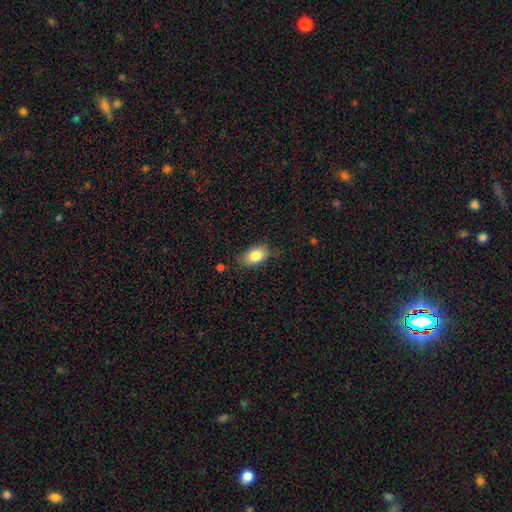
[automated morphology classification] smooth_or_featured: smooth (p=0.83) [alt: featured or disk p=0.09]
how_rounded: in between (p=0.87) [alt: round p=0.10]
merging: none (p=0.76) [alt: minor disturbance p=0.18]